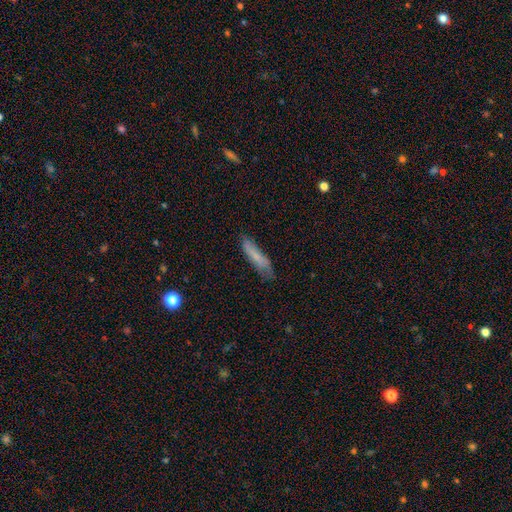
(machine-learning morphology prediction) This is likely a smooth galaxy (68%). How rounded: likely cigar-shaped (74%). Merging: likely none (66%).